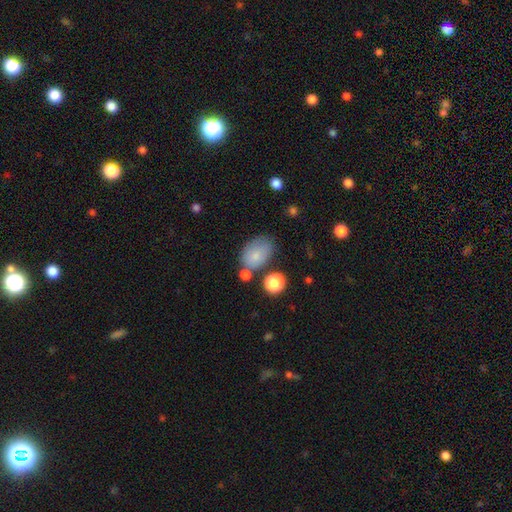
Q: Smooth or featured?
A: smooth (78%); runner-up: featured or disk (12%)
Q: How rounded?
A: in between (94%); runner-up: round (6%)
Q: Merging?
A: none (64%); runner-up: minor disturbance (17%)